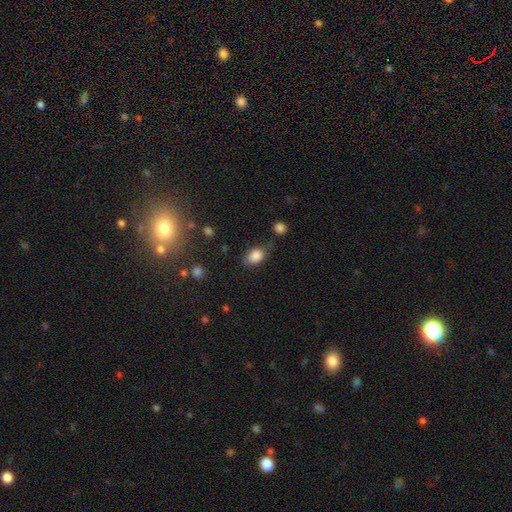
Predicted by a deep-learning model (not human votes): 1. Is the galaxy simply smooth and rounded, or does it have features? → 85% smooth, 8% star or artifact, 7% featured or disk.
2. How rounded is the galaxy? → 84% in between, 15% round, 2% cigar-shaped.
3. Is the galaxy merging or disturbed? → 68% none, 22% minor disturbance, 6% major disturbance, 4% merger.